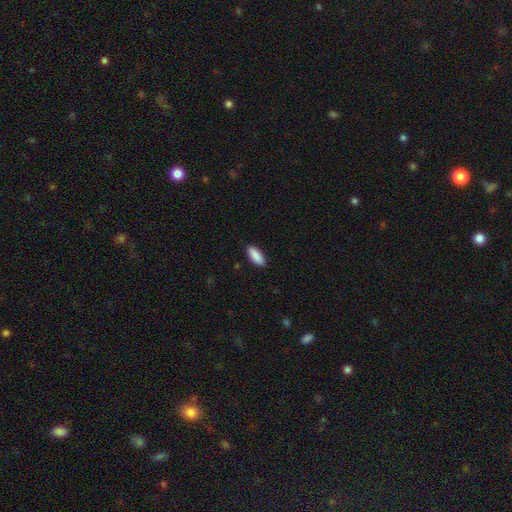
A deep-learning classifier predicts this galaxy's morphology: Smooth or featured? smooth (90%)
How rounded? in between (74%)
Merging? none (89%)